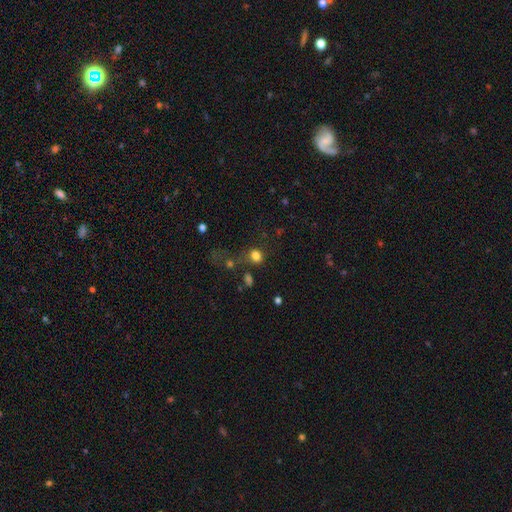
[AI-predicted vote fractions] Q: Smooth or featured?
A: smooth (79%); runner-up: star or artifact (14%)
Q: How rounded?
A: round (75%); runner-up: in between (24%)
Q: Merging?
A: none (58%); runner-up: merger (15%)